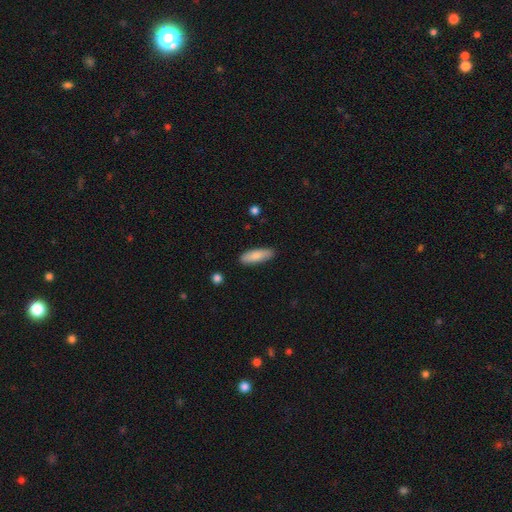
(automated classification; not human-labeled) This appears to be a smooth galaxy with no disk features (84%) that is in between round and cigar-shaped (54%). Merging: none (87%).